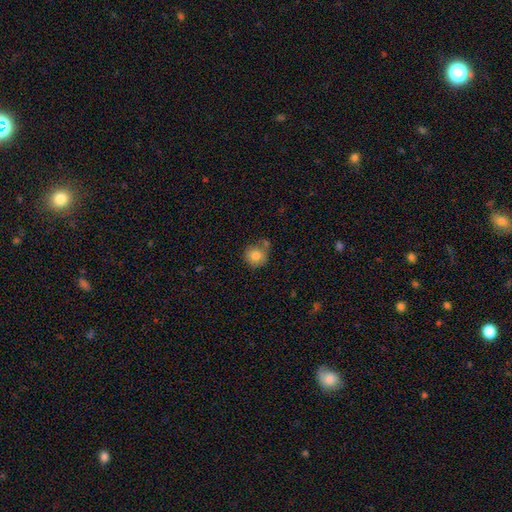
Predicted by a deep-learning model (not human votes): Smooth or featured? smooth (81%)
How rounded? round (91%)
Merging? none (66%)